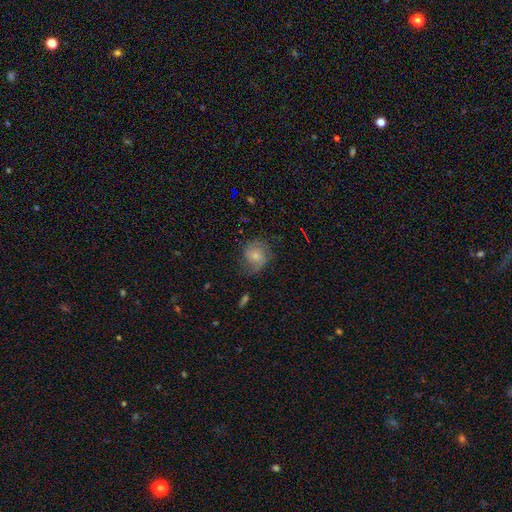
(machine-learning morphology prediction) Smooth or featured? Predicted: smooth (p=0.50). How rounded? Predicted: round (p=0.74). Merging? Predicted: none (p=0.60).